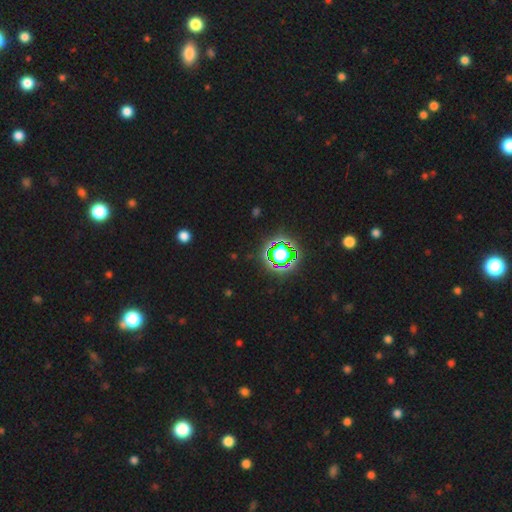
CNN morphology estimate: Smooth or featured: star or artifact — 79% (smooth — 14%)